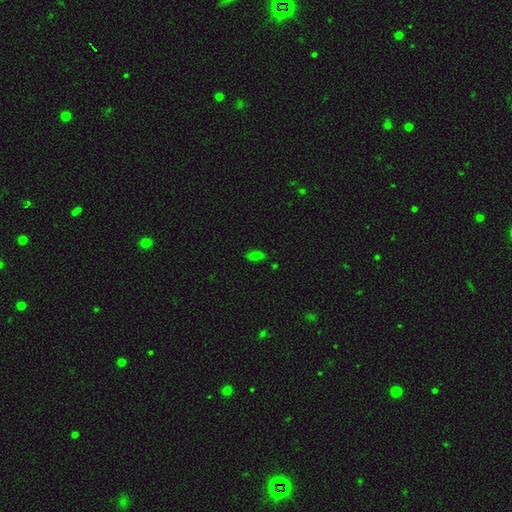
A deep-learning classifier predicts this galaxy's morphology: A smooth galaxy with no disk features (71%) that is in between round and cigar-shaped (82%).

Vote fractions:
- Smooth or featured? smooth: 71% / star or artifact: 20% / featured or disk: 9%
- How rounded? in between: 82% / cigar-shaped: 13% / round: 5%
- Merging? none: 81% / minor disturbance: 13% / major disturbance: 3% / merger: 3%